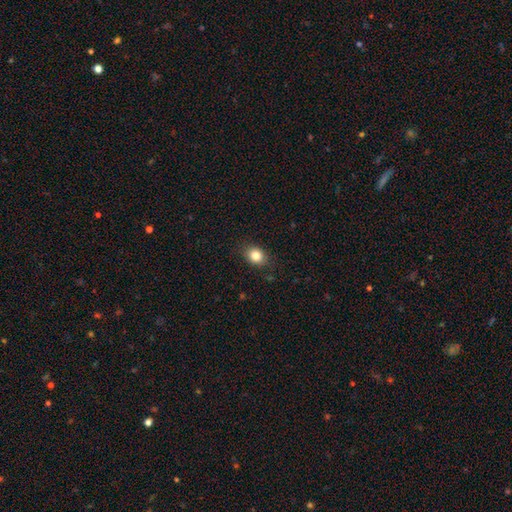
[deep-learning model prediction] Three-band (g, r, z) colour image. It shows a smooth galaxy with no disk features (84%) that is round (53%). Merging: none (84%).